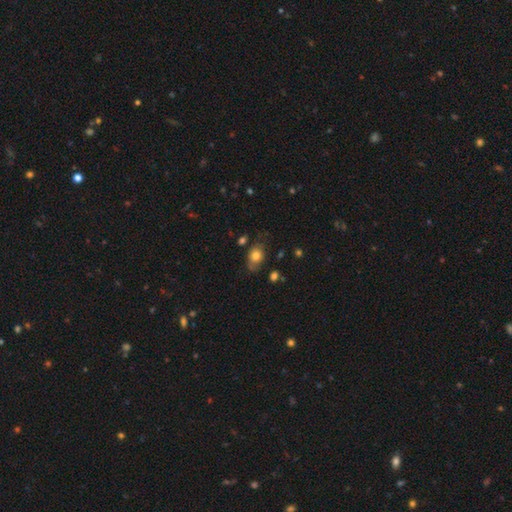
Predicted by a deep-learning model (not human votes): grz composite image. It shows a smooth galaxy with no disk features (75%) that is in between round and cigar-shaped (72%). Merging: none (61%).